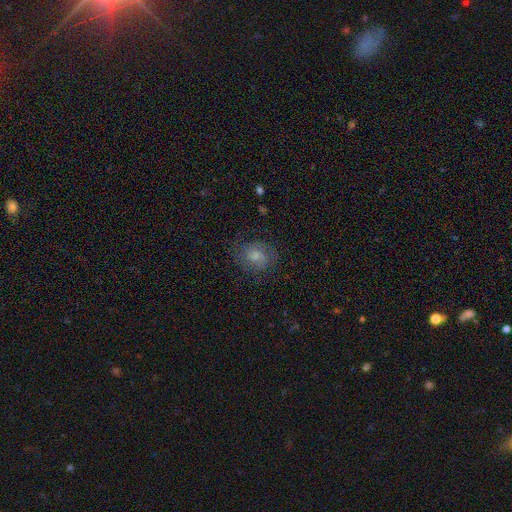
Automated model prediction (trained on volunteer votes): Smooth or featured?
  - featured or disk: 42% *
  - smooth: 40%
  - star or artifact: 19%
Merging?
  - none: 78% *
  - minor disturbance: 15%
  - major disturbance: 7%
  - merger: 1%